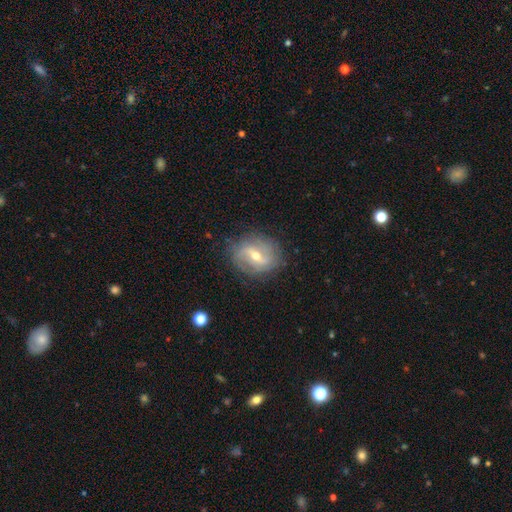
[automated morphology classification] Overall: featured or disk (75%). Edge-on disk: no (94%). Bar: weak (44%; strong 41%). Spiral arms: yes (80%). Spiral arm count: 2 (71%). Spiral winding: loose (38%; medium 37%). Bulge size: moderate (56%; small 40%). Merging: none (79%).